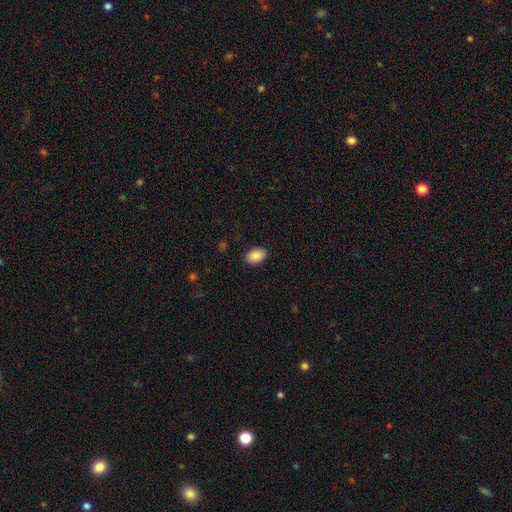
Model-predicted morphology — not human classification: A smooth galaxy with no disk features (90%) that is in between round and cigar-shaped (83%).

Vote fractions:
- Smooth or featured? smooth: 90% / star or artifact: 7% / featured or disk: 3%
- How rounded? in between: 83% / round: 16% / cigar-shaped: 1%
- Merging? none: 88% / minor disturbance: 9% / major disturbance: 2% / merger: 1%